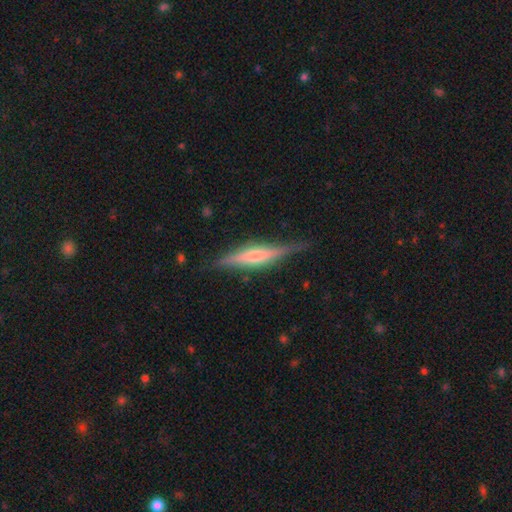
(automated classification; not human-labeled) Smooth or featured? Predicted: featured or disk (p=0.66). Edge-on disk? Predicted: yes (p=0.97). Edge-on bulge? Predicted: rounded (p=0.61). Merging? Predicted: none (p=0.82).